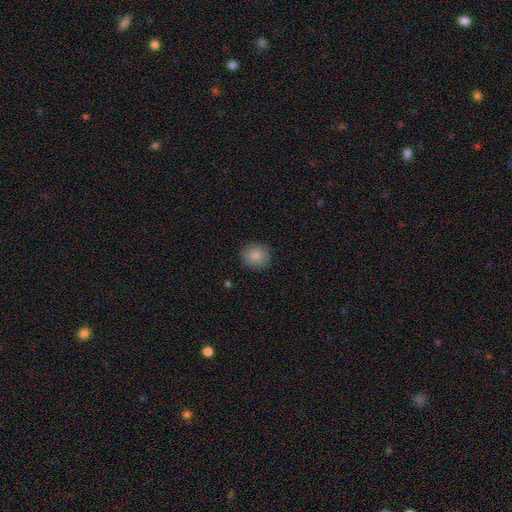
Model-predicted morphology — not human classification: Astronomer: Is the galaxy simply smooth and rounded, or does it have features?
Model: smooth — 86%.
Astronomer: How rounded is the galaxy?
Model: round — 85%.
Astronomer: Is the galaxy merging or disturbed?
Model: none — 87%.